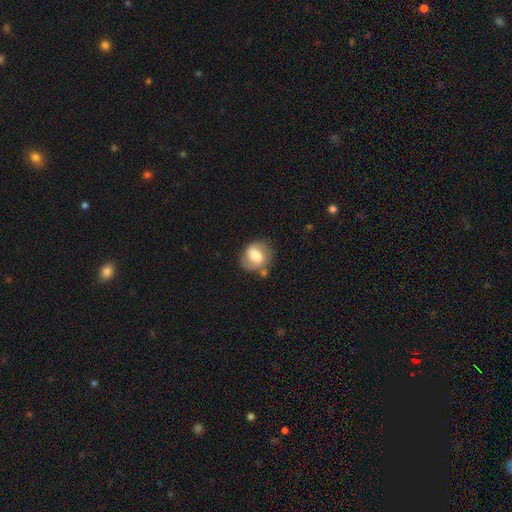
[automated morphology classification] The model was most divided on "smooth or featured": smooth: 49%, featured or disk: 44%, star or artifact: 7%. More confident: merging — none (66%).